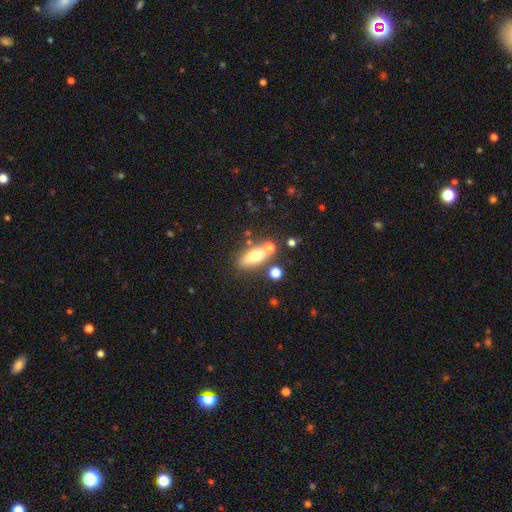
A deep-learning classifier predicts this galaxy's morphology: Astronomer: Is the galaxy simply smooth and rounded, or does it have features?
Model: smooth — 66%.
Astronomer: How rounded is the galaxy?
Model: in between — 69%.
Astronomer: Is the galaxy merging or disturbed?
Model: none — 61%.